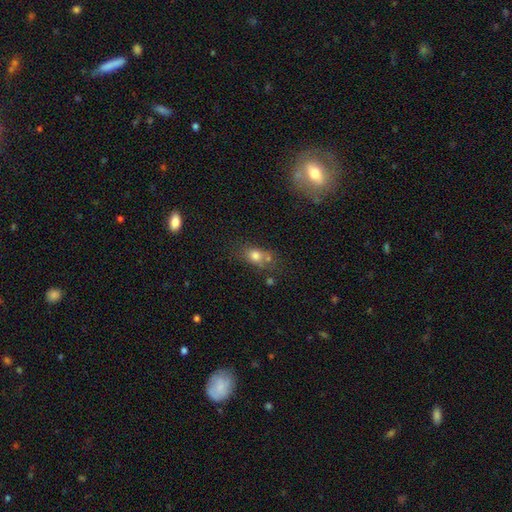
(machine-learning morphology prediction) This appears to be a smooth galaxy with no disk features (73%) that is in between round and cigar-shaped (55%). Merging: none (49%).